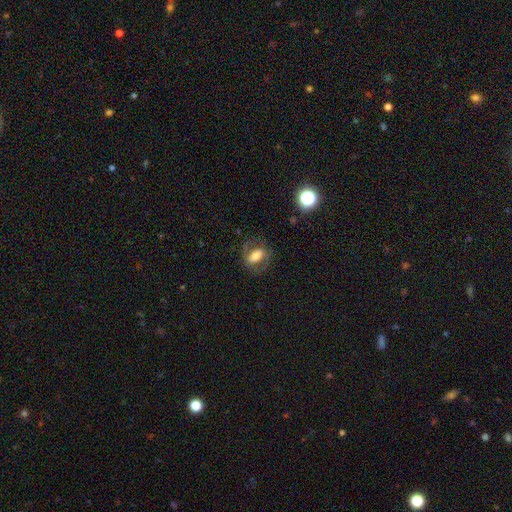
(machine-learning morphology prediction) This is possibly a featured or disk galaxy (49%). Merging: likely none (71%).